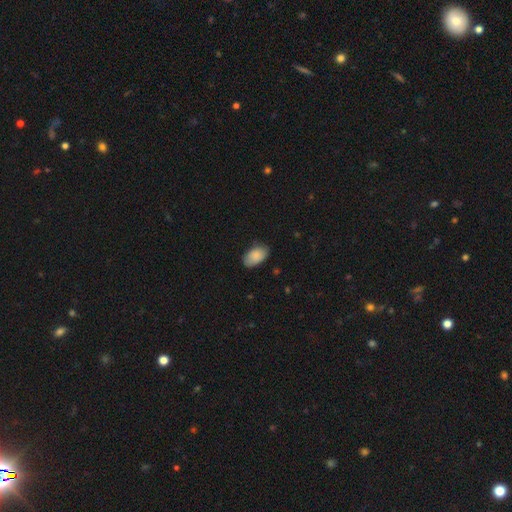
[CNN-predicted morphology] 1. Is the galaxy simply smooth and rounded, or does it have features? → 88% smooth, 6% star or artifact, 6% featured or disk.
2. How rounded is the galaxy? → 94% in between, 5% round, 1% cigar-shaped.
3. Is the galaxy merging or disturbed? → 75% none, 20% minor disturbance, 3% major disturbance, 1% merger.